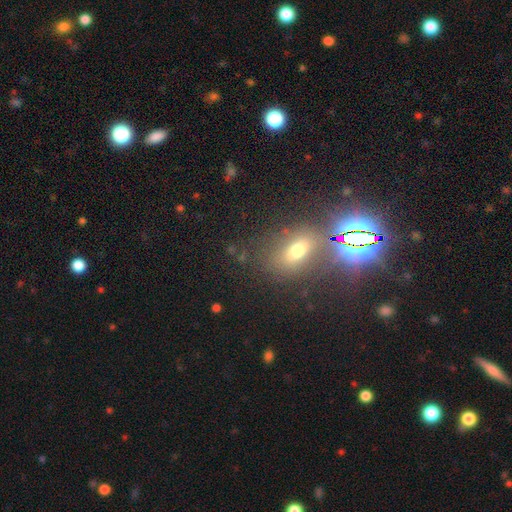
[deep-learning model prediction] smooth-or-featured: star or artifact: 56% | smooth: 32% | featured or disk: 13%